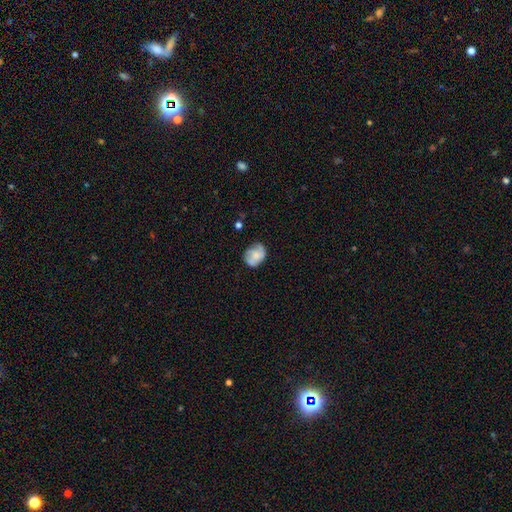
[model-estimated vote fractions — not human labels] Smooth or featured? smooth (60%)
How rounded? in between (51%)
Merging? none (58%)